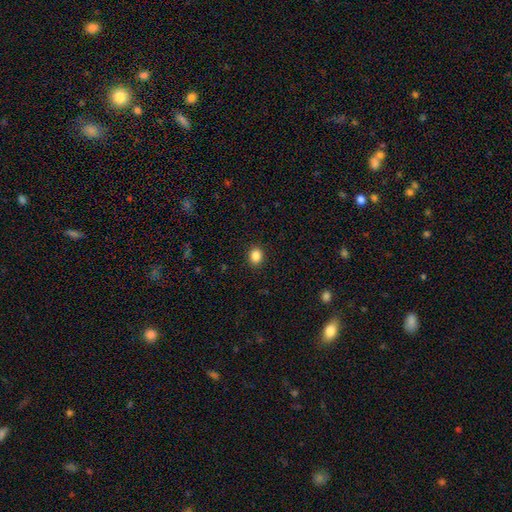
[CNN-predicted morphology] Overall: smooth (86%). How rounded: round (56%; in between 43%). Merging: none (90%).